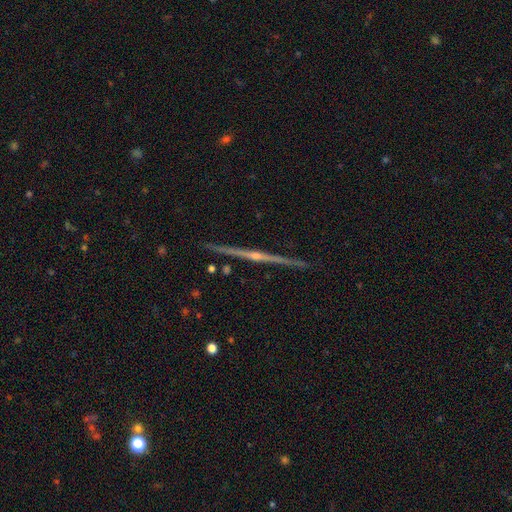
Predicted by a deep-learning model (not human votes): smooth-or-featured: featured or disk: 87% | smooth: 7% | star or artifact: 6%
  disk-edge-on: yes: 99% | no: 1%
    edge-on-bulge: rounded: 80% | none: 14% | boxy: 6%
  merging: none: 92% | minor disturbance: 5% | major disturbance: 1% | merger: 1%